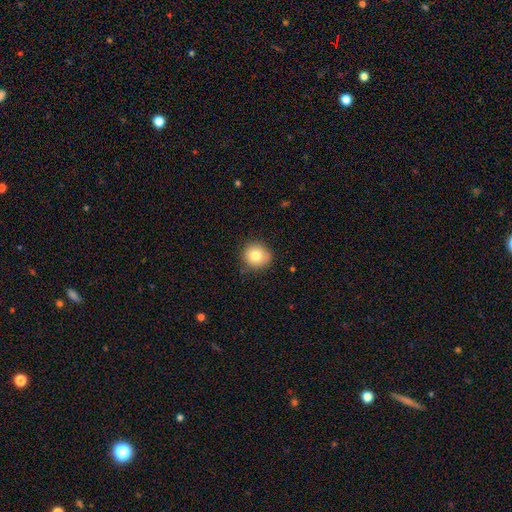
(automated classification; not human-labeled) Smooth or featured: smooth — 79% (featured or disk — 11%)
How rounded: round — 89% (in between — 10%)
Merging: none — 84% (minor disturbance — 12%)